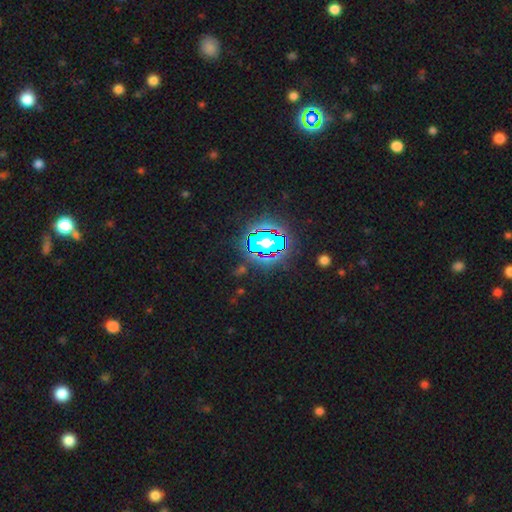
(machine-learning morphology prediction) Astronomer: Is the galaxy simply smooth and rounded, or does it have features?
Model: star or artifact — 83%.